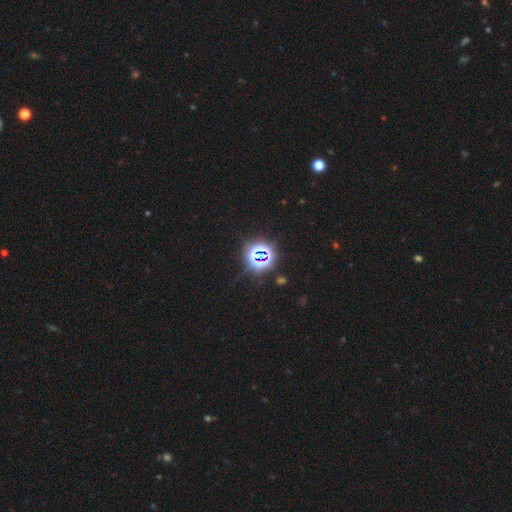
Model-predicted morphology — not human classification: smooth_or_featured: star or artifact (p=0.78) [alt: smooth p=0.14]